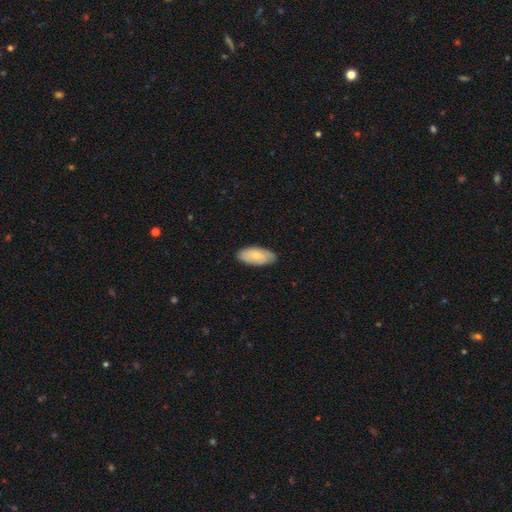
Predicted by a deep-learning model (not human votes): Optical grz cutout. It shows a smooth galaxy with no disk features (70%) that is in between round and cigar-shaped (92%). Merging: none (85%).